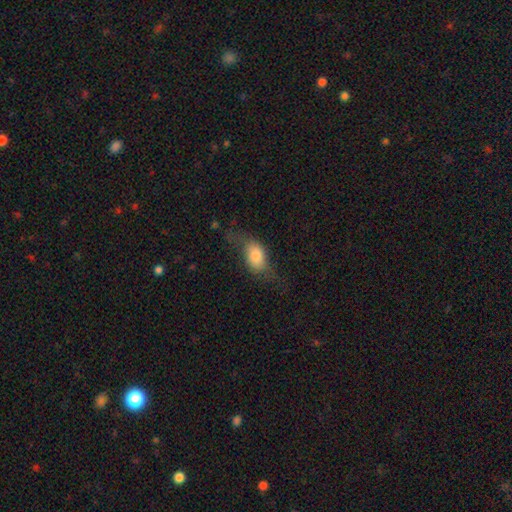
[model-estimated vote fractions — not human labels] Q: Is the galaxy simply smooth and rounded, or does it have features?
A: smooth — 66%.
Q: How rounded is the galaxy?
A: in between — 82%.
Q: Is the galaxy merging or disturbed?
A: none — 41%.